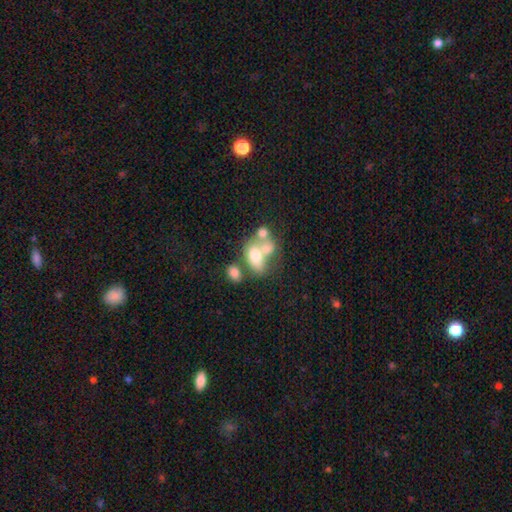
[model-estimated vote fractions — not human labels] Smooth or featured? Predicted: smooth (p=0.61). How rounded? Predicted: in between (p=0.74). Merging? Predicted: merger (p=0.57).